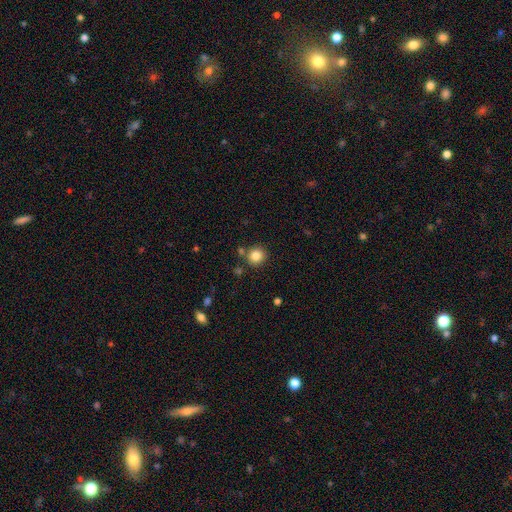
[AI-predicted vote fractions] Smooth or featured: smooth — 83% (star or artifact — 11%)
How rounded: round — 91% (in between — 8%)
Merging: none — 81% (minor disturbance — 8%)